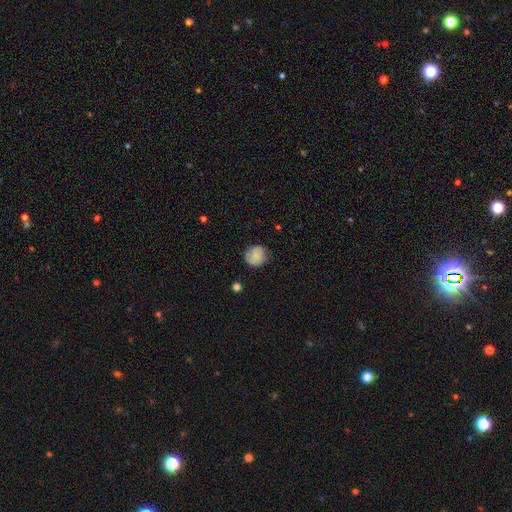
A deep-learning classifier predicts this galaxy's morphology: smooth 75%, featured or disk 17%, star or artifact 8%. Down the decision tree: how rounded — round (87%); merging — none (79%).